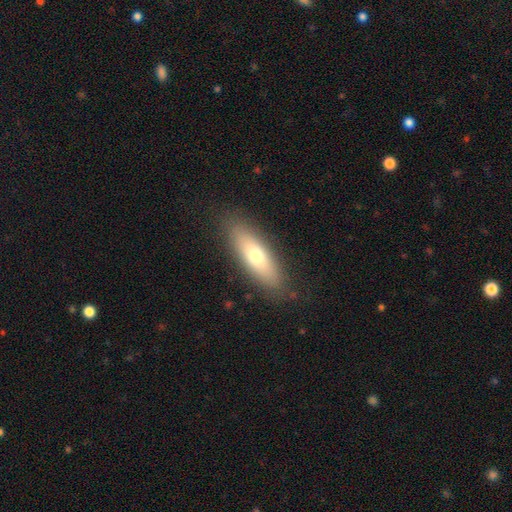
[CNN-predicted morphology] smooth 65%, featured or disk 28%, star or artifact 7%. Down the decision tree: how rounded — in between (53%); merging — none (86%).